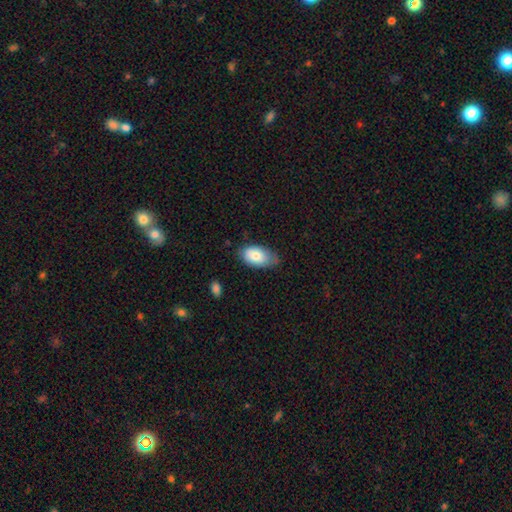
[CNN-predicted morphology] type=smooth (77%); roundness=in between (93%); merging=none (59%).